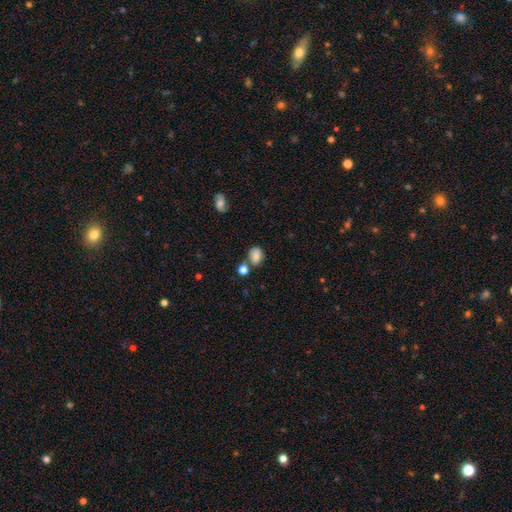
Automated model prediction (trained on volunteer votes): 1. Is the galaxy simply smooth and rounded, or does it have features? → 79% smooth, 11% star or artifact, 10% featured or disk.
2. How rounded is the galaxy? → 73% in between, 26% round, 1% cigar-shaped.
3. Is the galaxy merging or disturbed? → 53% none, 22% merger, 19% minor disturbance, 6% major disturbance.